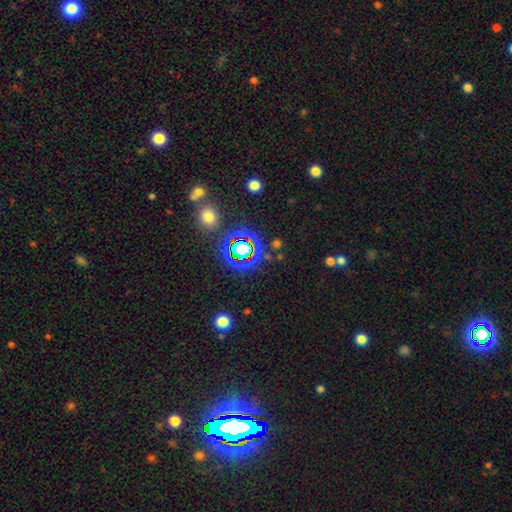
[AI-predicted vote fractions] Morphology: type=star or artifact (71%).